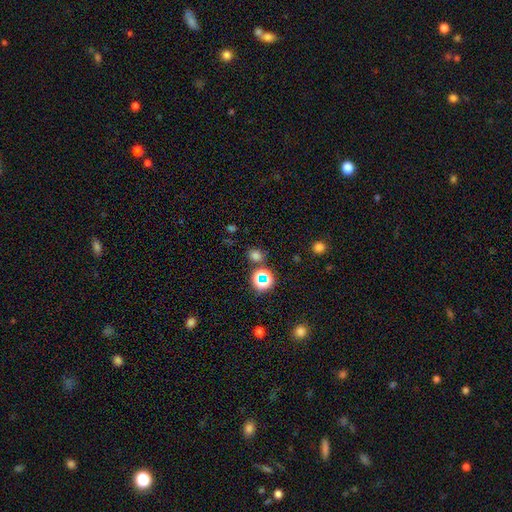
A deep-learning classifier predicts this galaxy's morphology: This appears to be a smooth galaxy with no disk features (67%) that is round (75%). Merging: none (80%).